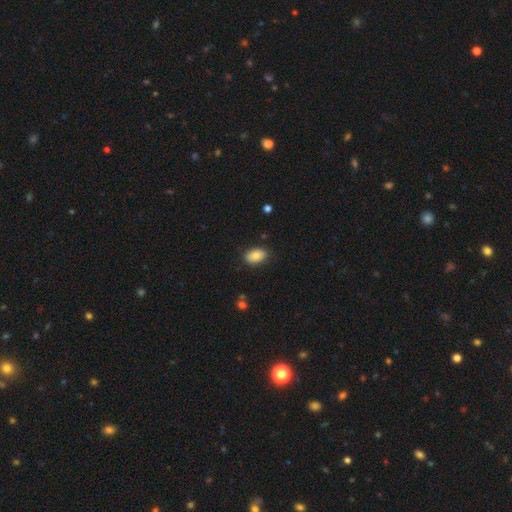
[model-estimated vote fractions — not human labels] The model was most divided on "merging": none: 84%, minor disturbance: 12%, major disturbance: 3%, merger: 1%. More confident: how rounded — in between (89%); smooth or featured — smooth (84%).